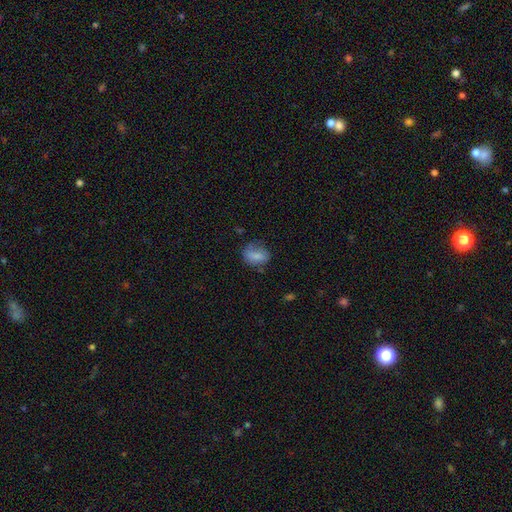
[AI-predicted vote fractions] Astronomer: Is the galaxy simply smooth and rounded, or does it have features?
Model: smooth — 78%.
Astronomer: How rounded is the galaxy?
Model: in between — 72%.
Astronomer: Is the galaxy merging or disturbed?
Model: none — 58%.